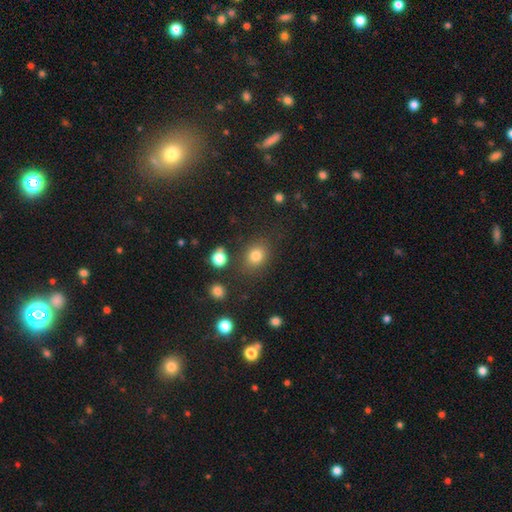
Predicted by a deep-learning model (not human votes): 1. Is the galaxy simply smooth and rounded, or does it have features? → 80% smooth, 13% star or artifact, 7% featured or disk.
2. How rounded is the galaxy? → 58% round, 41% in between, 1% cigar-shaped.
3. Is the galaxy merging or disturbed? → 79% none, 12% minor disturbance, 5% merger, 5% major disturbance.